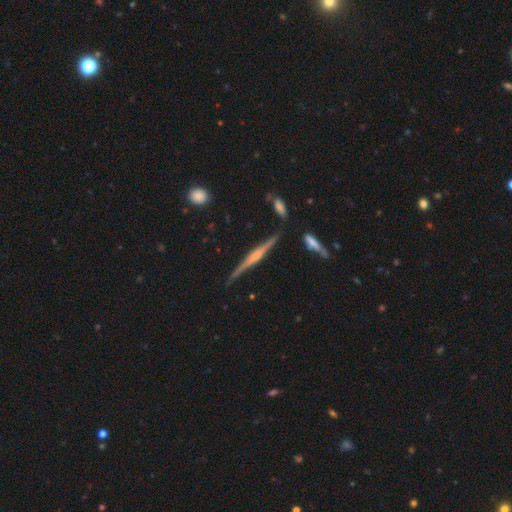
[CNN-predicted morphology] Smooth or featured: featured or disk — 83% (smooth — 12%)
Edge-on disk: yes — 98% (no — 2%)
Edge-on bulge: rounded — 80% (none — 11%)
Merging: none — 84% (minor disturbance — 10%)